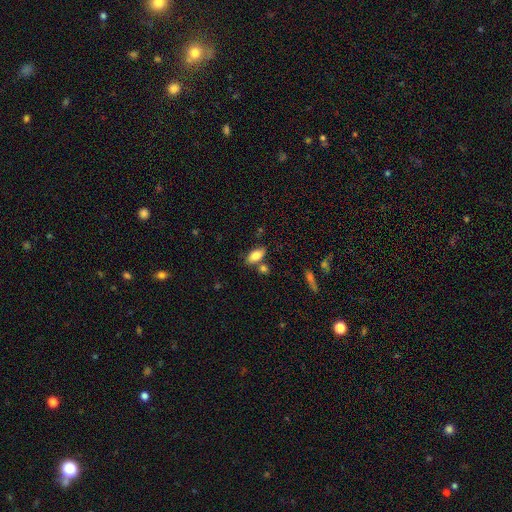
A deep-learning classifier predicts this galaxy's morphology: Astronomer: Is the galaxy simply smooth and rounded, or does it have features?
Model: smooth — 84%.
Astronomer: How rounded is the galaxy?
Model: in between — 90%.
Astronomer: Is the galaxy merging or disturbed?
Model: none — 71%.